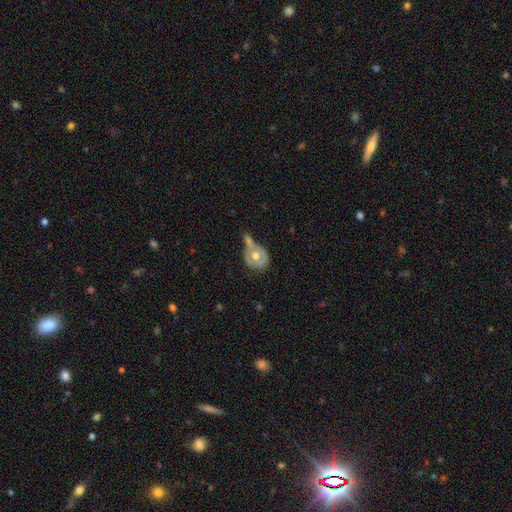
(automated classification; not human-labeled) Smooth or featured? featured or disk (49%)
Merging? merger (41%)